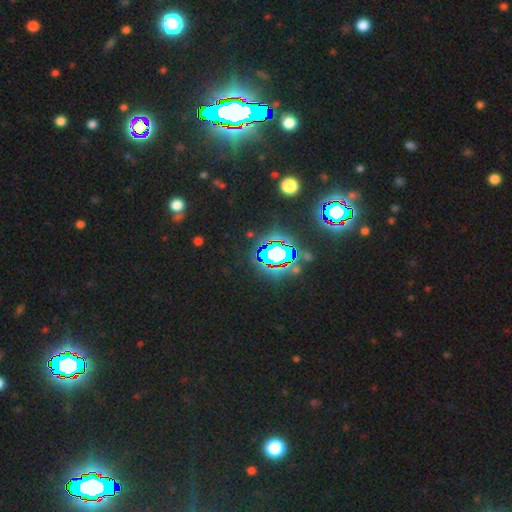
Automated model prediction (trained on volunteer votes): star or artifact 81%, smooth 11%, featured or disk 8%.